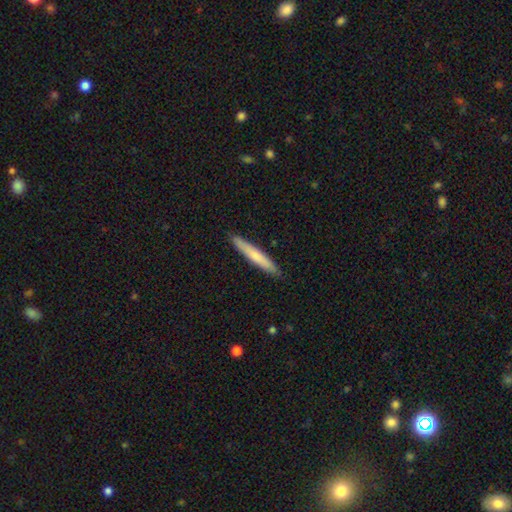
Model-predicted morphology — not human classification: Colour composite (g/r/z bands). It shows a smooth galaxy with no disk features (66%) that is cigar-shaped (94%). Merging: none (90%).